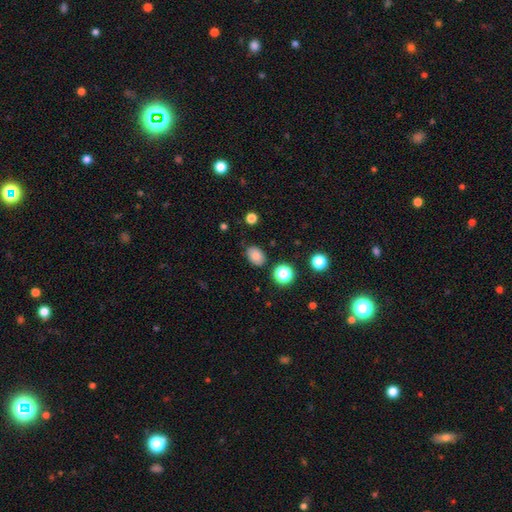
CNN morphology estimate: The model was most divided on "how rounded": in between: 78%, round: 21%, cigar-shaped: 1%. More confident: smooth or featured — smooth (82%); merging — none (81%).